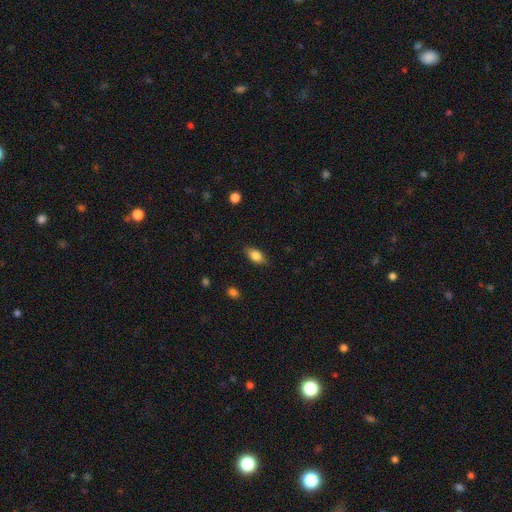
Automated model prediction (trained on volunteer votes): Morphology: type=smooth (83%); roundness=in between (88%); merging=none (84%).